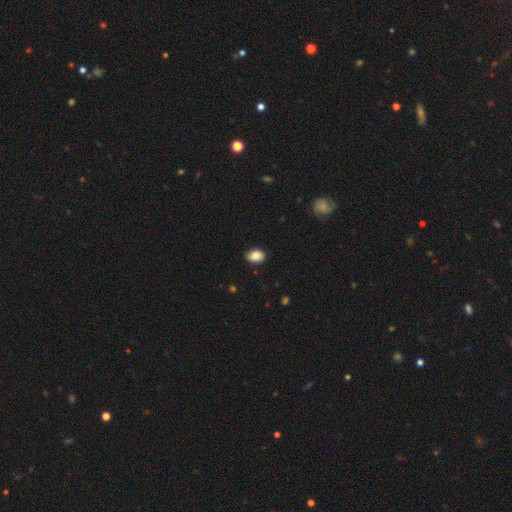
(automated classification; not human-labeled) Morphology: type=smooth (85%); roundness=in between (73%); merging=none (82%).